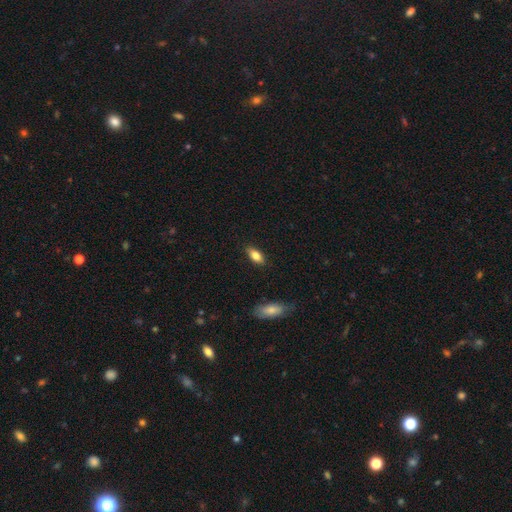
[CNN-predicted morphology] Smooth or featured?
  - smooth: 80% *
  - featured or disk: 13%
  - star or artifact: 7%
How rounded?
  - in between: 86% *
  - cigar-shaped: 11%
  - round: 3%
Merging?
  - none: 86% *
  - minor disturbance: 11%
  - major disturbance: 2%
  - merger: 1%